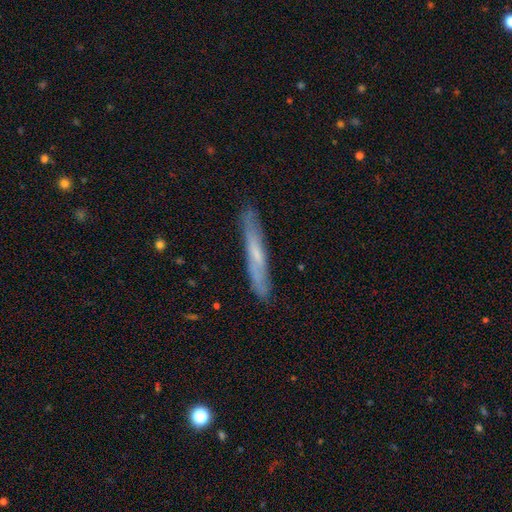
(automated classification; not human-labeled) The model was most divided on "smooth or featured": featured or disk: 51%, smooth: 42%, star or artifact: 7%. More confident: merging — none (86%); edge-on disk — yes (83%).